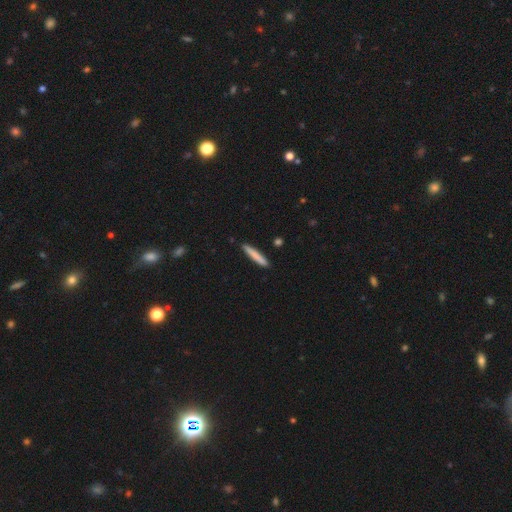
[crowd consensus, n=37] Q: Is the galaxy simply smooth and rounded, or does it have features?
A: smooth — 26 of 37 (70%).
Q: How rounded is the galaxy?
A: cigar-shaped — 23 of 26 (88%).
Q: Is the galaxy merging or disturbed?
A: none — 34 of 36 (94%).